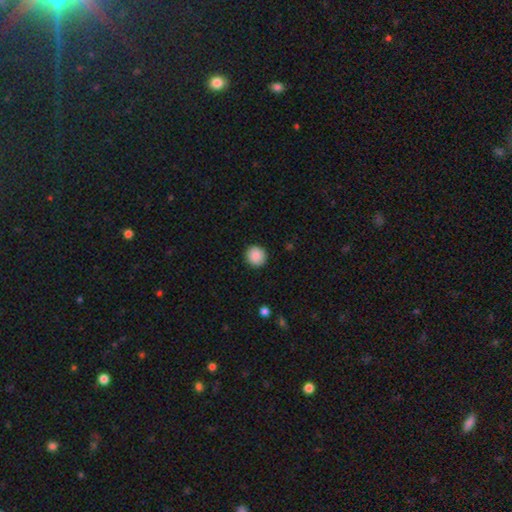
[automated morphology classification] The model was most divided on "smooth or featured": smooth: 89%, star or artifact: 8%, featured or disk: 3%. More confident: how rounded — round (93%); merging — none (92%).